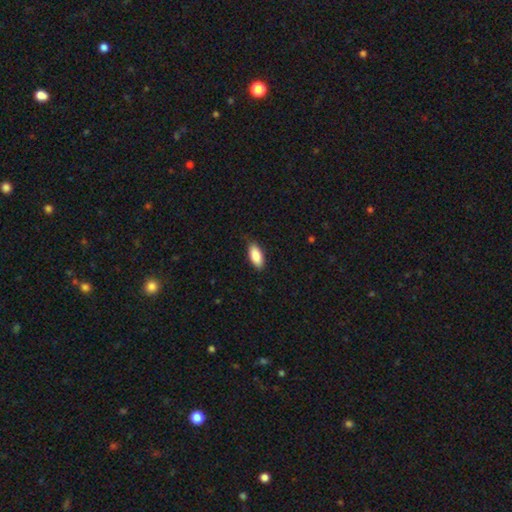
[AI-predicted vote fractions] Smooth or featured? Predicted: smooth (p=0.87). How rounded? Predicted: in between (p=0.88). Merging? Predicted: none (p=0.82).